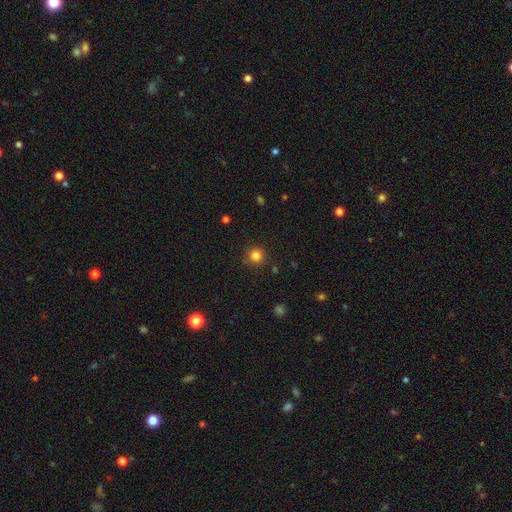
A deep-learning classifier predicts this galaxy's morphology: Smooth or featured?
  - smooth: 82% *
  - star or artifact: 13%
  - featured or disk: 5%
How rounded?
  - round: 94% *
  - in between: 5%
  - cigar-shaped: 1%
Merging?
  - none: 90% *
  - minor disturbance: 6%
  - major disturbance: 2%
  - merger: 2%